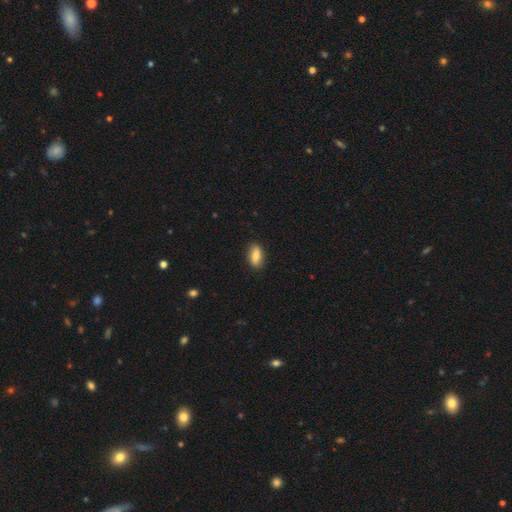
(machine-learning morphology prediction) A smooth galaxy with no disk features (79%) that is in between round and cigar-shaped (86%).

Vote fractions:
- Smooth or featured? smooth: 79% / featured or disk: 14% / star or artifact: 7%
- How rounded? in between: 86% / cigar-shaped: 9% / round: 5%
- Merging? none: 86% / minor disturbance: 11% / major disturbance: 2% / merger: 1%